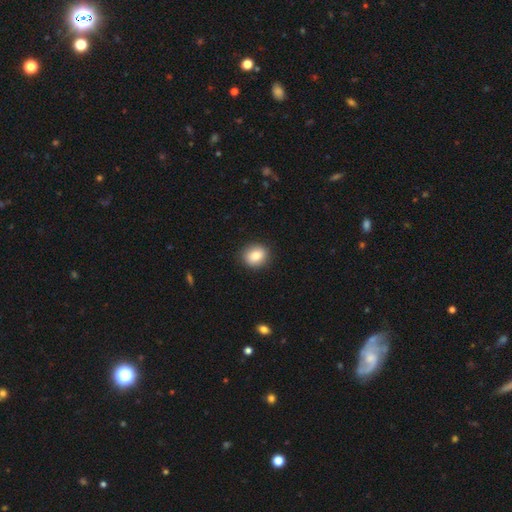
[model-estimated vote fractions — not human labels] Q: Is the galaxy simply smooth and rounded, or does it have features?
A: smooth — 84%.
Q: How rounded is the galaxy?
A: round — 70%.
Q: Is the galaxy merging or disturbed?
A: none — 89%.